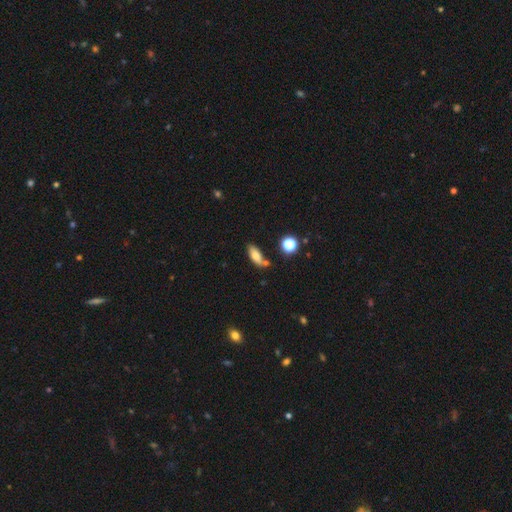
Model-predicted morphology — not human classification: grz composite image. It shows a smooth galaxy with no disk features (76%) that is in between round and cigar-shaped (76%). Merging: none (65%).